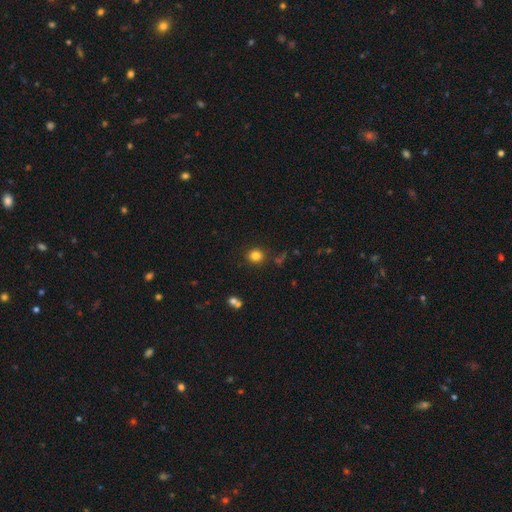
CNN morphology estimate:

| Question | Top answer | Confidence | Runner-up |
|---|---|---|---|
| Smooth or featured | smooth | 82% | star or artifact (13%) |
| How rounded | round | 89% | in between (10%) |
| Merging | none | 87% | minor disturbance (8%) |